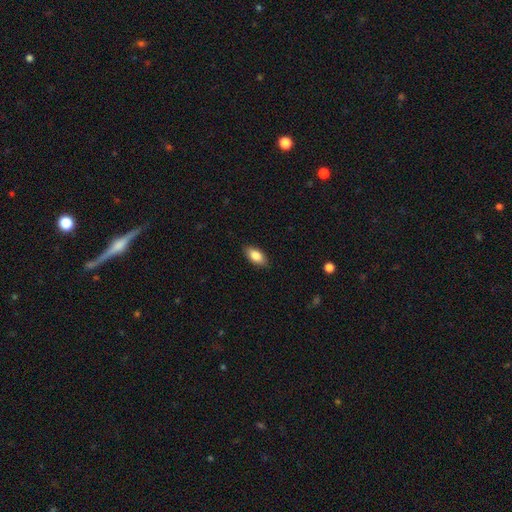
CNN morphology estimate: smooth_or_featured: smooth (p=0.84) [alt: featured or disk p=0.09]
how_rounded: in between (p=0.91) [alt: cigar-shaped p=0.06]
merging: none (p=0.88) [alt: minor disturbance p=0.09]